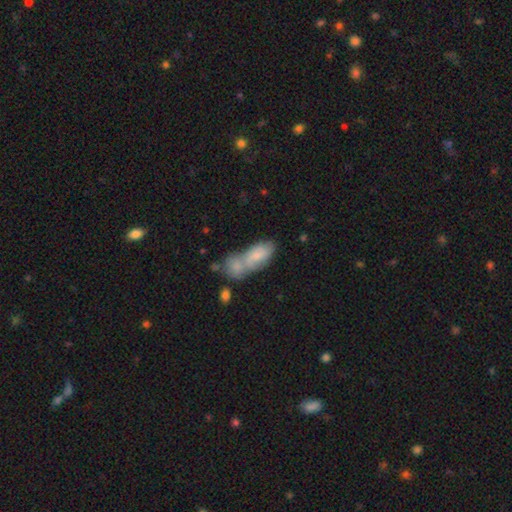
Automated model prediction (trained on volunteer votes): This is likely a smooth galaxy (64%). How rounded: clearly in between (82%). Merging: likely merger (60%).